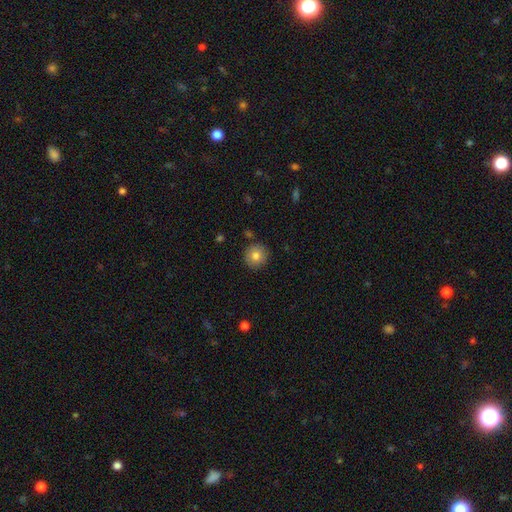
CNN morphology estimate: type=smooth (80%); roundness=round (94%); merging=none (89%).